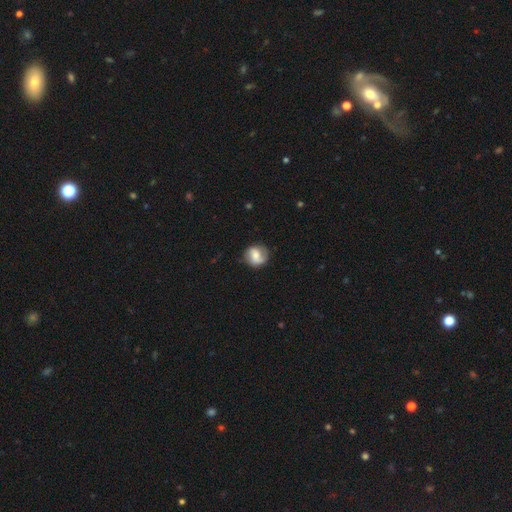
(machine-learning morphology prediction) smooth 52%, featured or disk 40%, star or artifact 8%. Down the decision tree: how rounded — round (82%); merging — none (75%).